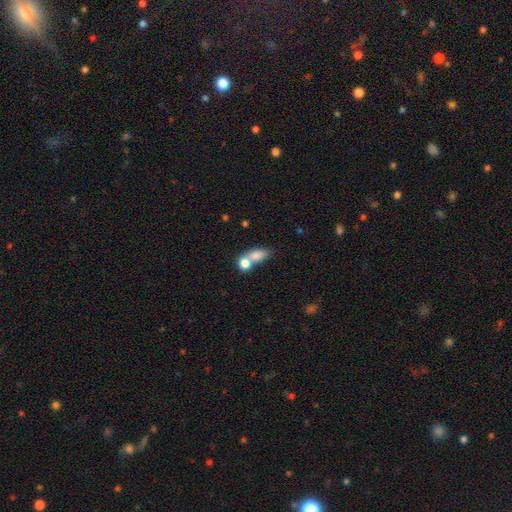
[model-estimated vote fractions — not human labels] smooth_or_featured: smooth (p=0.78) [alt: featured or disk p=0.13]
how_rounded: in between (p=0.67) [alt: round p=0.26]
merging: merger (p=0.56) [alt: none p=0.29]